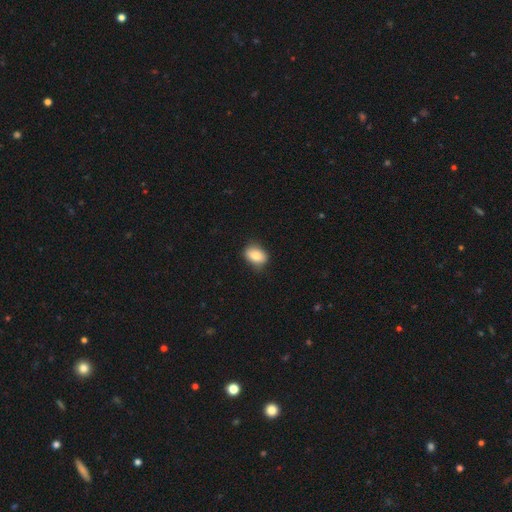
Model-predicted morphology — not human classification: Q: Smooth or featured?
A: smooth (83%); runner-up: featured or disk (10%)
Q: How rounded?
A: in between (75%); runner-up: round (24%)
Q: Merging?
A: none (81%); runner-up: minor disturbance (15%)